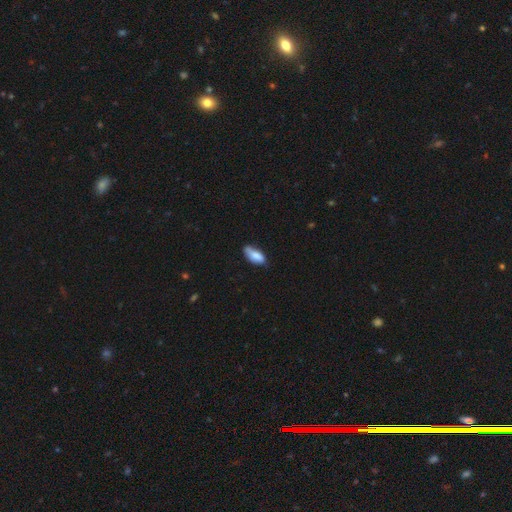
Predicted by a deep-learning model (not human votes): Q: Smooth or featured?
A: smooth (81%); runner-up: featured or disk (12%)
Q: How rounded?
A: in between (84%); runner-up: cigar-shaped (14%)
Q: Merging?
A: none (57%); runner-up: minor disturbance (34%)